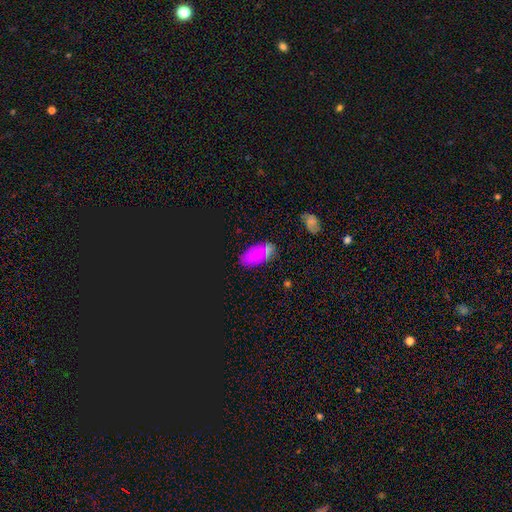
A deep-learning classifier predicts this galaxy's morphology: This is likely a smooth galaxy (64%). How rounded: clearly in between (93%). Merging: likely none (72%).